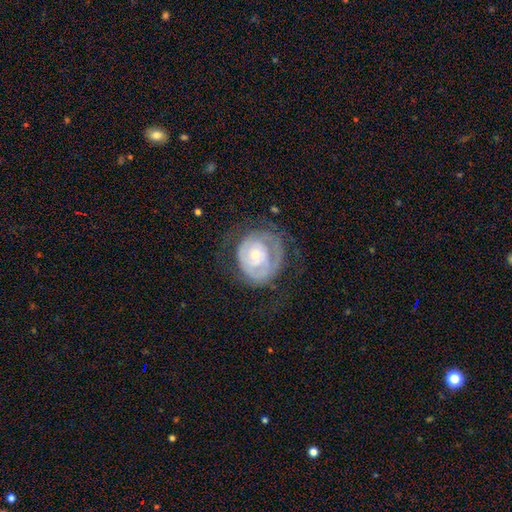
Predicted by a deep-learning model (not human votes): Q: Smooth or featured?
A: featured or disk (67%); runner-up: smooth (27%)
Q: Edge-on disk?
A: no (97%); runner-up: yes (3%)
Q: Bar?
A: no (78%); runner-up: weak (19%)
Q: Spiral arms?
A: yes (67%); runner-up: no (33%)
Q: Bulge size?
A: small (59%); runner-up: moderate (34%)
Q: Merging?
A: none (46%); runner-up: major disturbance (29%)